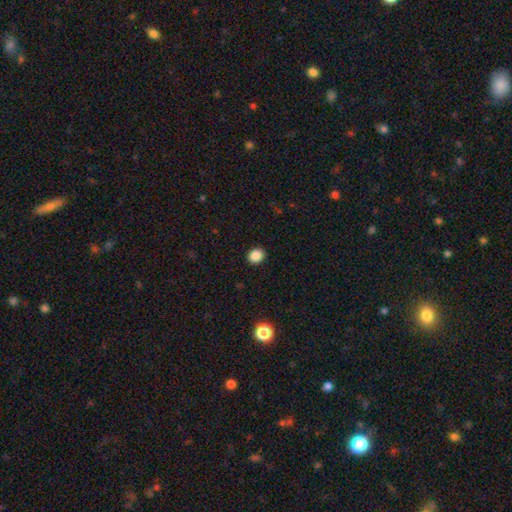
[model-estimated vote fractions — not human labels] Q: Smooth or featured?
A: smooth (87%); runner-up: star or artifact (10%)
Q: How rounded?
A: round (66%); runner-up: in between (33%)
Q: Merging?
A: none (92%); runner-up: minor disturbance (6%)